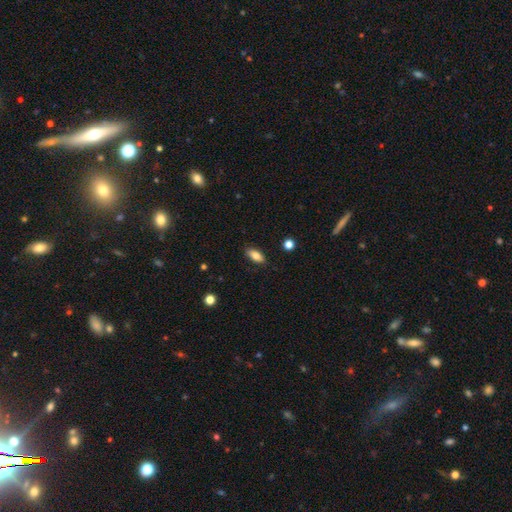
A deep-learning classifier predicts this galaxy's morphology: A smooth galaxy with no disk features (81%) that is in between round and cigar-shaped (85%).

Vote fractions:
- Smooth or featured? smooth: 81% / featured or disk: 11% / star or artifact: 8%
- How rounded? in between: 85% / cigar-shaped: 12% / round: 3%
- Merging? none: 84% / minor disturbance: 12% / major disturbance: 2% / merger: 1%